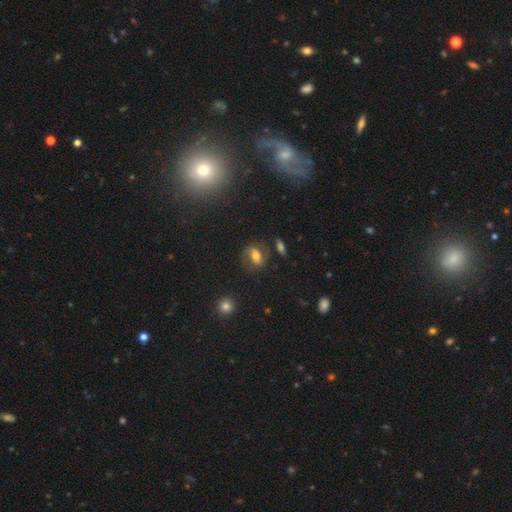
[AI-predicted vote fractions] A featured or disk galaxy (48%).

Vote fractions:
- Smooth or featured? featured or disk: 48% / smooth: 39% / star or artifact: 12%
- Merging? none: 67% / minor disturbance: 17% / major disturbance: 11% / merger: 5%